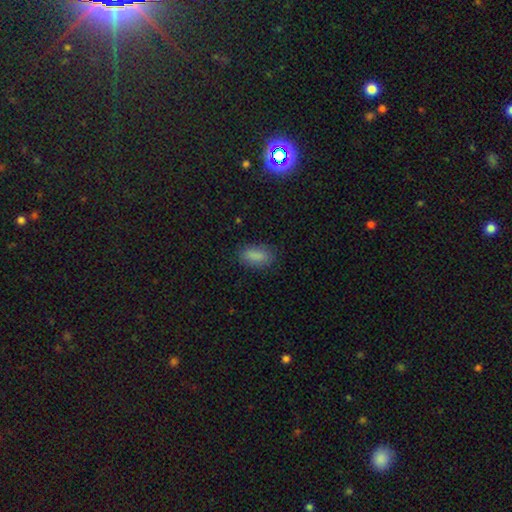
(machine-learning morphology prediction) Q: Smooth or featured?
A: smooth (86%); runner-up: star or artifact (9%)
Q: How rounded?
A: in between (88%); runner-up: cigar-shaped (7%)
Q: Merging?
A: none (81%); runner-up: minor disturbance (14%)